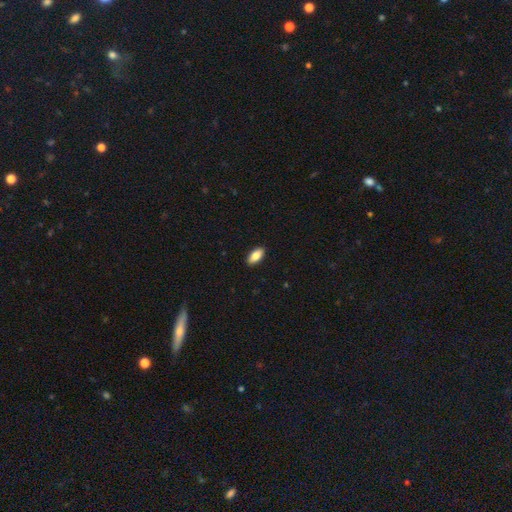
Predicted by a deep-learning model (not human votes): Morphology: type=smooth (84%); roundness=in between (90%); merging=none (91%).